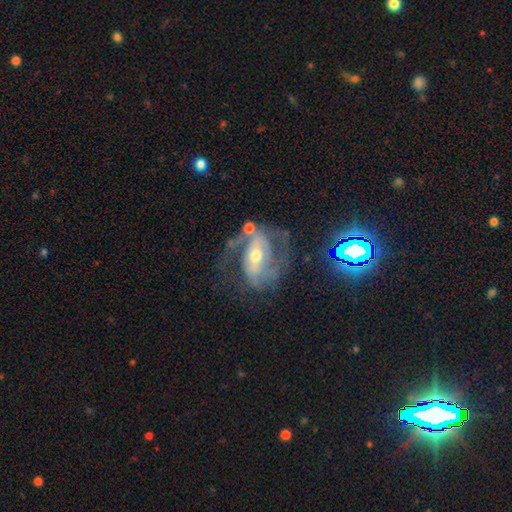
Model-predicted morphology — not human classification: A featured or disk galaxy (77%) with a strong bar (37%), 2 (68%) medium (45%) spiral arms (72%) and a moderate central bulge (64%). Merging: none (41%).